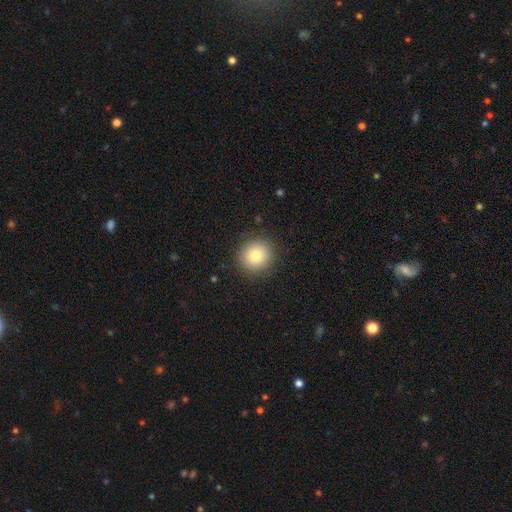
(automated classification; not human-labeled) Smooth or featured?
  - smooth: 79% *
  - star or artifact: 11%
  - featured or disk: 10%
How rounded?
  - round: 92% *
  - in between: 7%
  - cigar-shaped: 1%
Merging?
  - none: 90% *
  - minor disturbance: 7%
  - major disturbance: 2%
  - merger: 1%